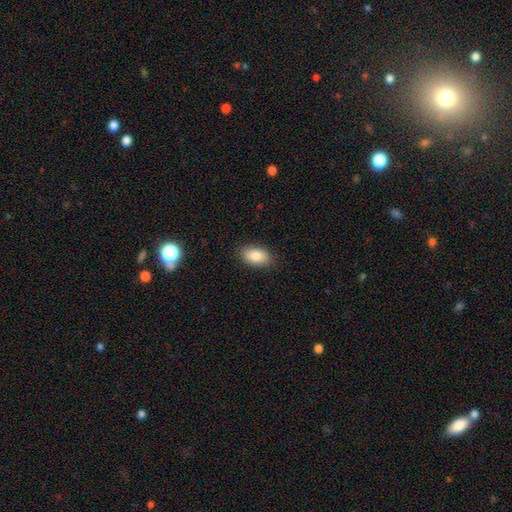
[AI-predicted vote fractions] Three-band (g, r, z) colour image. It shows a smooth galaxy with no disk features (85%) that is in between round and cigar-shaped (92%). Merging: none (87%).